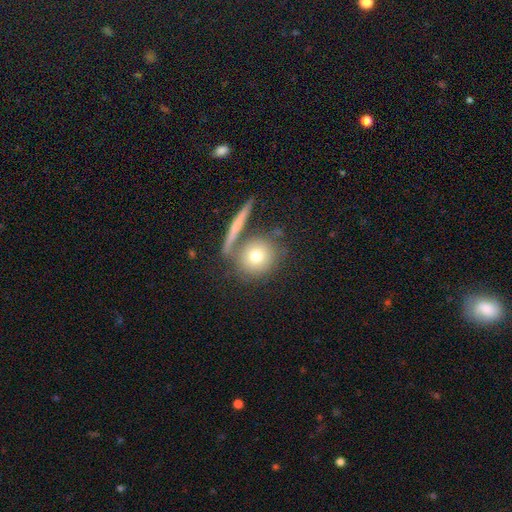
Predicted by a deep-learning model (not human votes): The model was most divided on "merging": none: 68%, merger: 17%, minor disturbance: 11%, major disturbance: 4%. More confident: how rounded — round (88%); smooth or featured — smooth (72%).